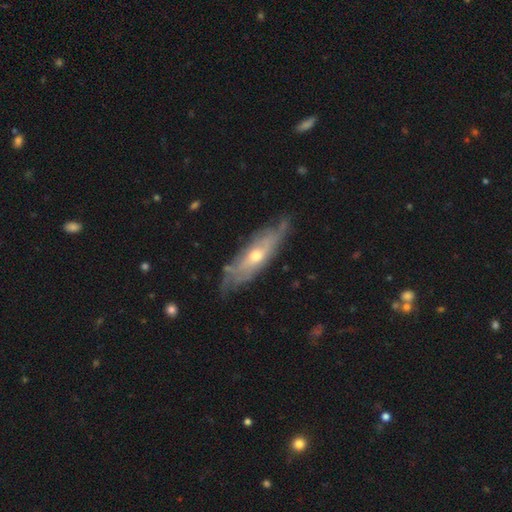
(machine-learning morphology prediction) A featured or disk galaxy (71%).

Vote fractions:
- Smooth or featured? featured or disk: 71% / smooth: 23% / star or artifact: 6%
- Edge-on disk? no: 59% / yes: 41%
- Merging? none: 73% / minor disturbance: 21% / major disturbance: 5% / merger: 2%